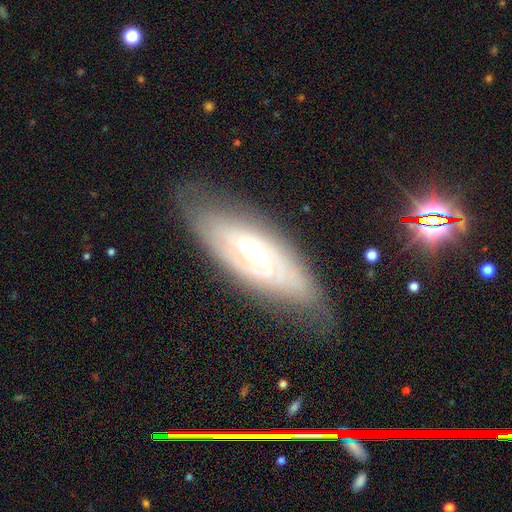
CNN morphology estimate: type=featured or disk (79%); edge-on=no (82%); bar=no (42%); spiral arms=yes (80%); winding=tight (64%); arm count=can't tell (46%); bulge=moderate (66%); merging=none (74%).